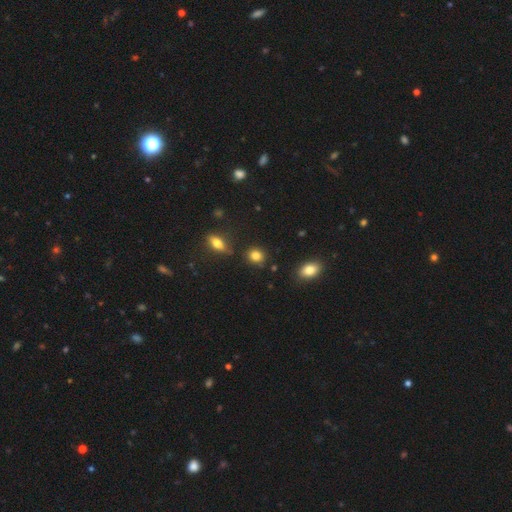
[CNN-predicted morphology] smooth 83%, star or artifact 11%, featured or disk 6%. Down the decision tree: how rounded — round (72%); merging — none (81%).